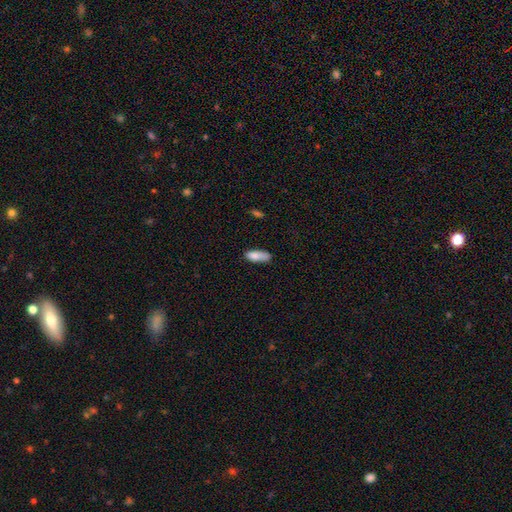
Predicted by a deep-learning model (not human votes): Smooth or featured? smooth (84%)
How rounded? in between (71%)
Merging? none (63%)